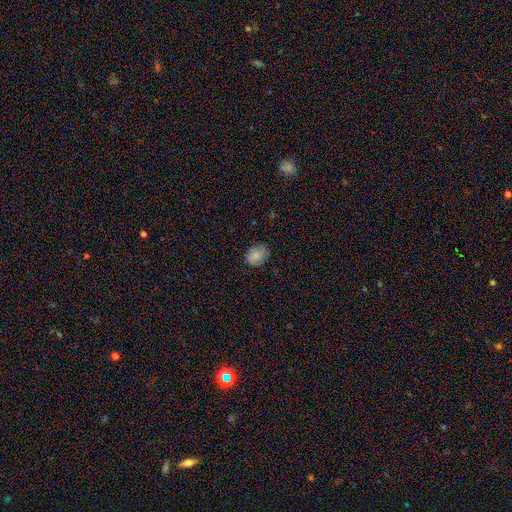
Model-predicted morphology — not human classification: This is likely a smooth galaxy (76%). How rounded: possibly in between (52%). Merging: likely none (76%).